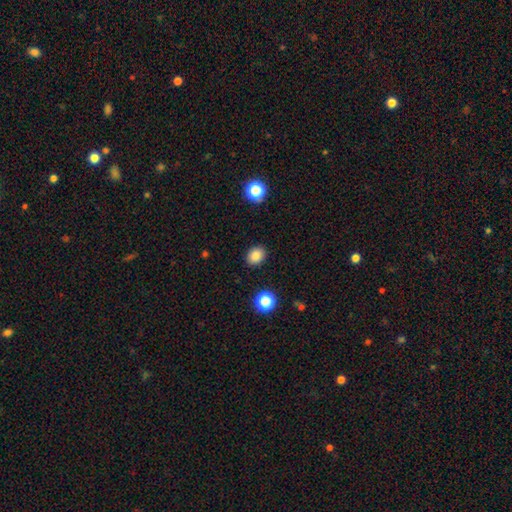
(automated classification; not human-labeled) This appears to be a smooth galaxy with no disk features (86%) that is round (50%, tied with in between). Merging: none (88%).